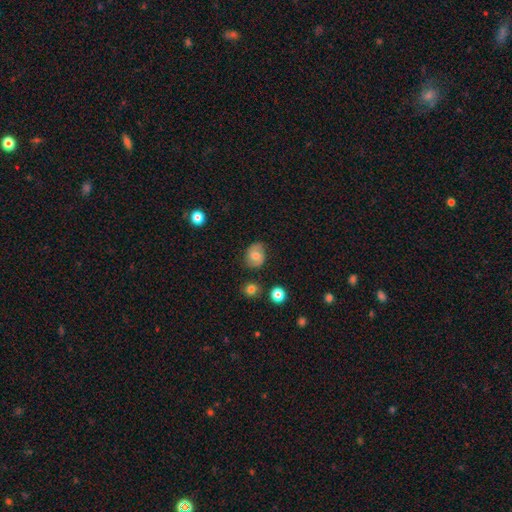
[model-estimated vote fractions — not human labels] A smooth galaxy with no disk features (56%) that is round (60%).

Vote fractions:
- Smooth or featured? smooth: 56% / featured or disk: 34% / star or artifact: 10%
- How rounded? round: 60% / in between: 39% / cigar-shaped: 1%
- Merging? none: 72% / minor disturbance: 20% / major disturbance: 5% / merger: 2%